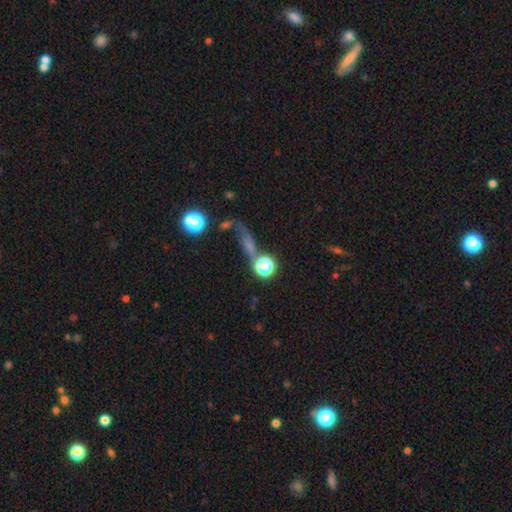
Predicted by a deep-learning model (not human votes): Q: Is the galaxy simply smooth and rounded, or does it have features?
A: star or artifact — 50%.